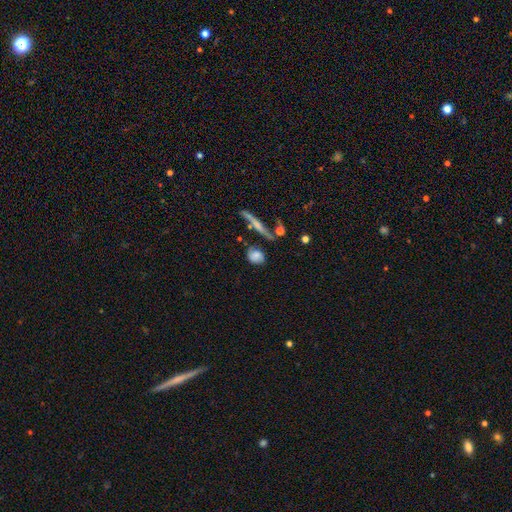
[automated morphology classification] The model was most divided on "how rounded": round: 56%, in between: 37%, cigar-shaped: 7%. More confident: smooth or featured — smooth (68%); merging — none (57%).